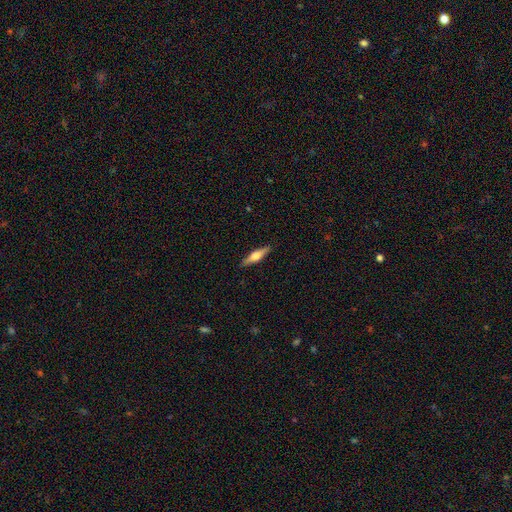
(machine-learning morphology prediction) A featured or disk galaxy (55%) viewed edge-on (96%) with a rounded central bulge (88%). Merging: none (90%).